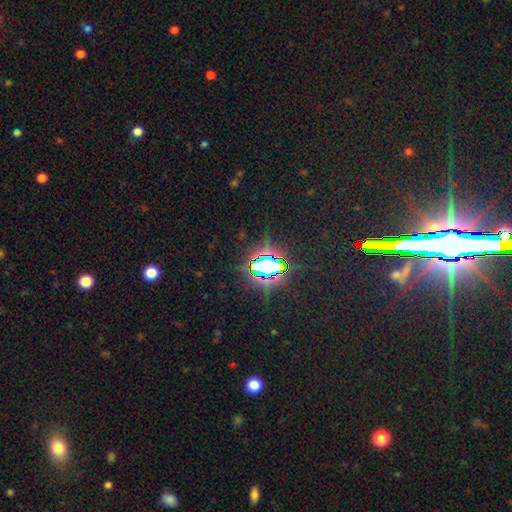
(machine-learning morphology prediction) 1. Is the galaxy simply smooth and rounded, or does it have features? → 77% star or artifact, 14% smooth, 9% featured or disk.